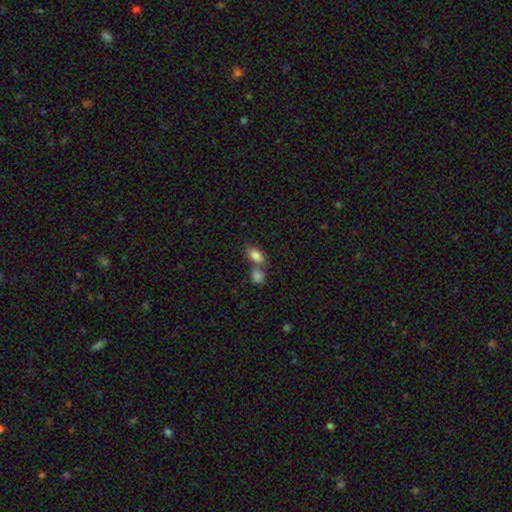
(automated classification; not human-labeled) smooth 83%, star or artifact 9%, featured or disk 8%. Down the decision tree: how rounded — in between (86%); merging — merger (46%).